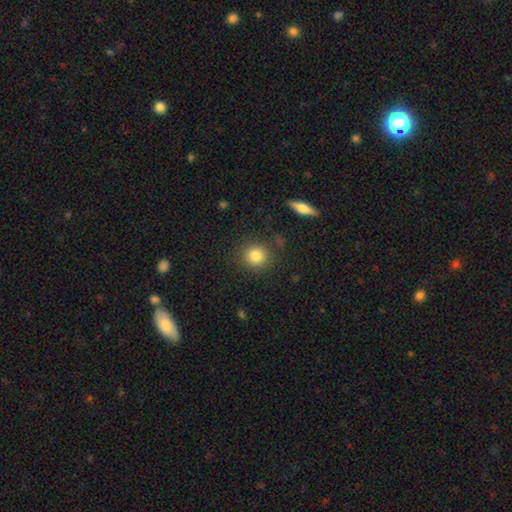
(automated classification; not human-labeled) This appears to be a smooth galaxy with no disk features (83%) that is round (90%). Merging: none (86%).